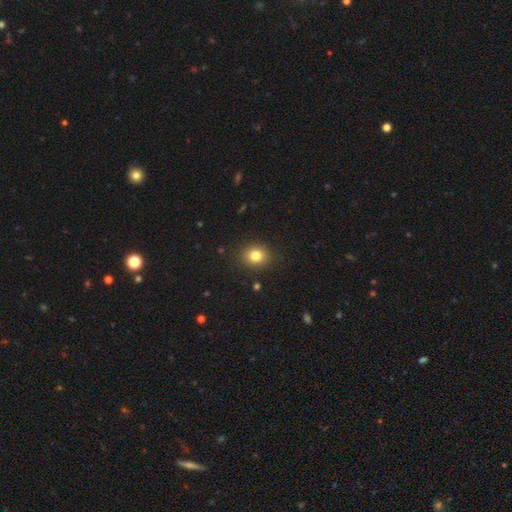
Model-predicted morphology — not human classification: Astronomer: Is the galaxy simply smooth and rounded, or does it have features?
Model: smooth — 81%.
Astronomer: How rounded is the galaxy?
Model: round — 71%.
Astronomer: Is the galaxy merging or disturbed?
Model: none — 89%.